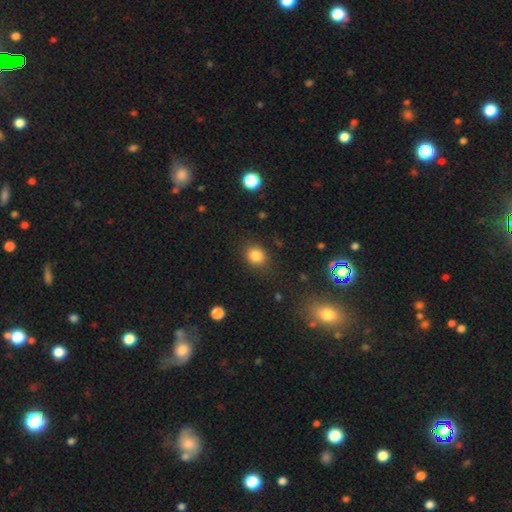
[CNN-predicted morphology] Smooth or featured: smooth — 83% (star or artifact — 11%)
How rounded: round — 69% (in between — 30%)
Merging: none — 85% (minor disturbance — 10%)